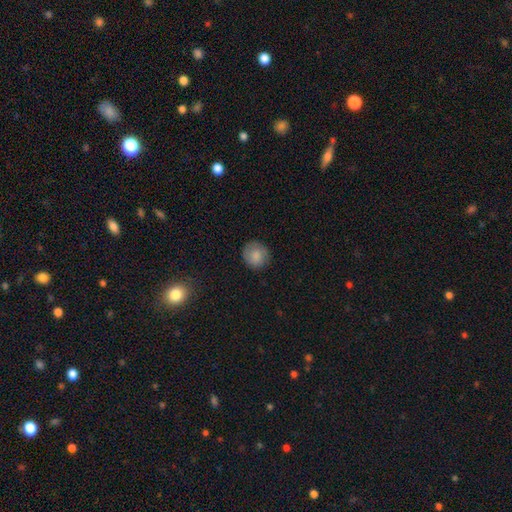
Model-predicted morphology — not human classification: Smooth or featured? Predicted: smooth (p=0.80). How rounded? Predicted: round (p=0.90). Merging? Predicted: none (p=0.84).